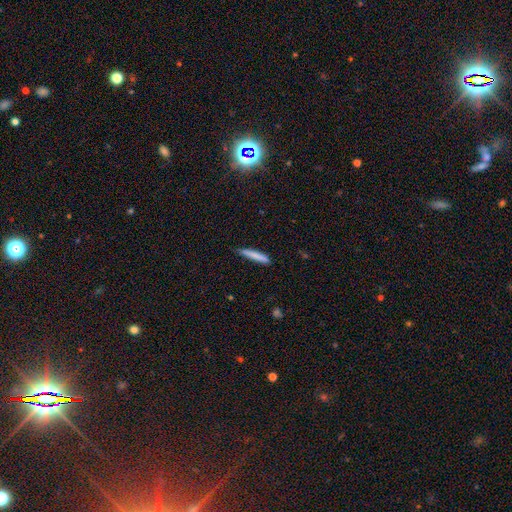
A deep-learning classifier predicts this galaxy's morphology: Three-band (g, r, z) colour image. It shows a smooth galaxy with no disk features (80%) that is cigar-shaped (94%). Merging: none (81%).